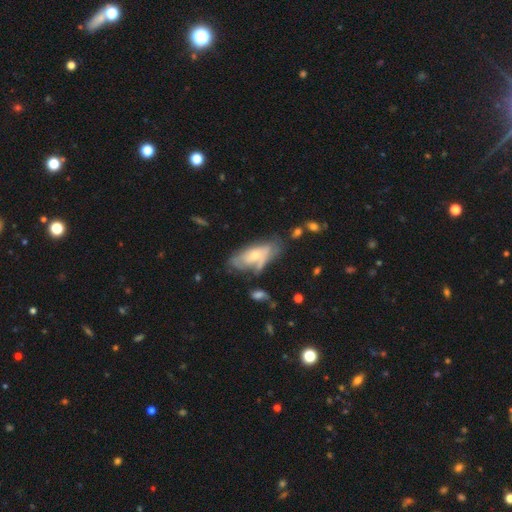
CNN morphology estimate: Smooth or featured: featured or disk — 53% (smooth — 41%)
Edge-on disk: no — 85% (yes — 15%)
Merging: none — 44% (minor disturbance — 28%)